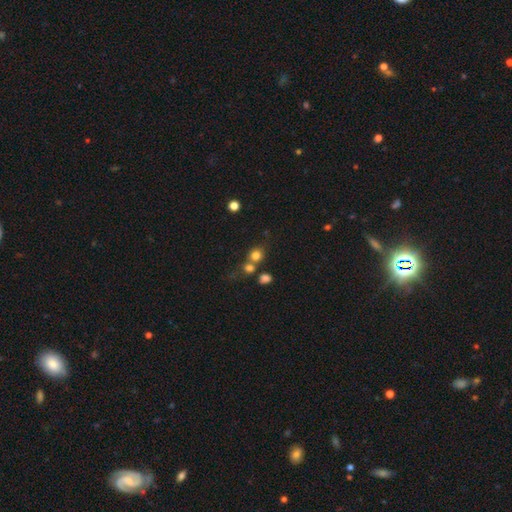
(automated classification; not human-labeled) Smooth or featured? Predicted: smooth (p=0.77). How rounded? Predicted: round (p=0.83). Merging? Predicted: none (p=0.52).